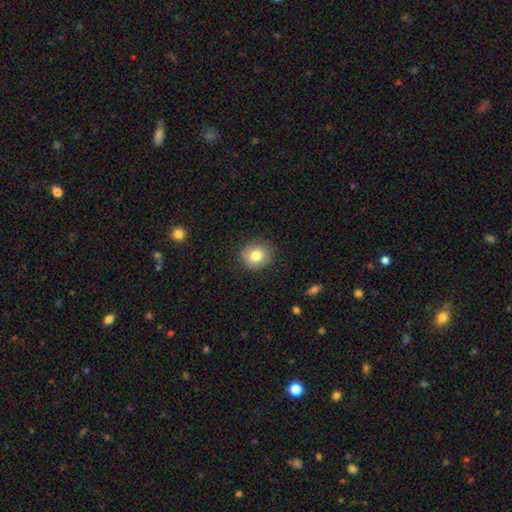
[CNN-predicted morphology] smooth-or-featured: smooth: 80% | featured or disk: 10% | star or artifact: 9%
  how-rounded: round: 84% | in between: 15% | cigar-shaped: 1%
  merging: none: 86% | minor disturbance: 10% | major disturbance: 3% | merger: 1%